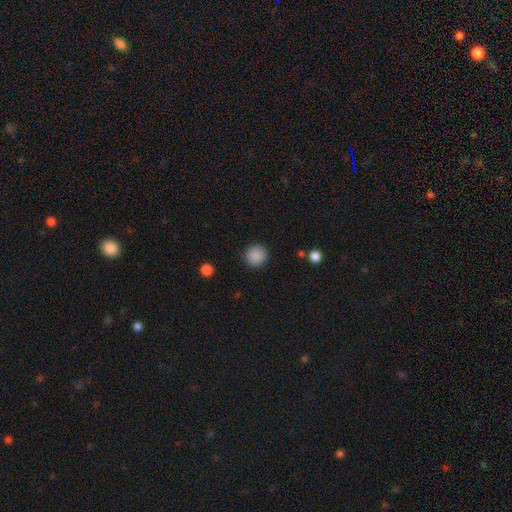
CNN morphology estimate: Smooth or featured?
  - smooth: 89% *
  - star or artifact: 8%
  - featured or disk: 3%
How rounded?
  - round: 94% *
  - in between: 5%
  - cigar-shaped: 1%
Merging?
  - none: 91% *
  - minor disturbance: 6%
  - major disturbance: 2%
  - merger: 1%